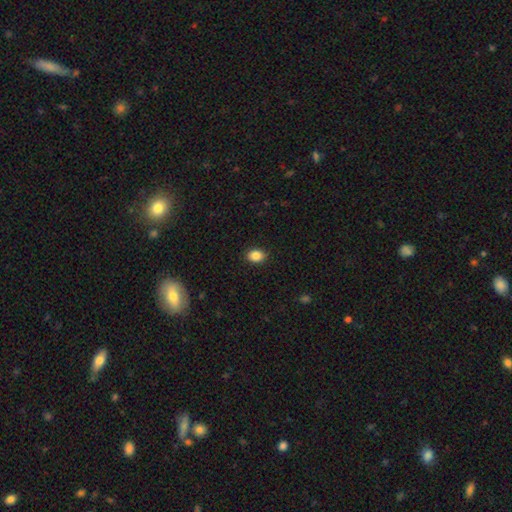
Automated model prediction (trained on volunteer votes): Smooth or featured? Predicted: smooth (p=0.87). How rounded? Predicted: in between (p=0.69). Merging? Predicted: none (p=0.89).